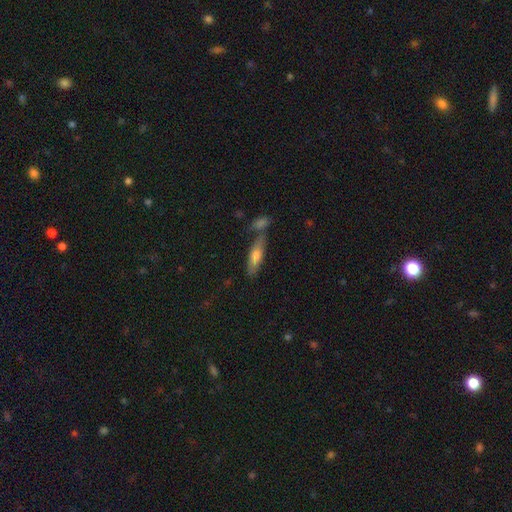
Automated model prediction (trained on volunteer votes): Overall: smooth (64%; featured or disk 29%). How rounded: cigar-shaped (63%; in between 35%). Merging: none (62%).